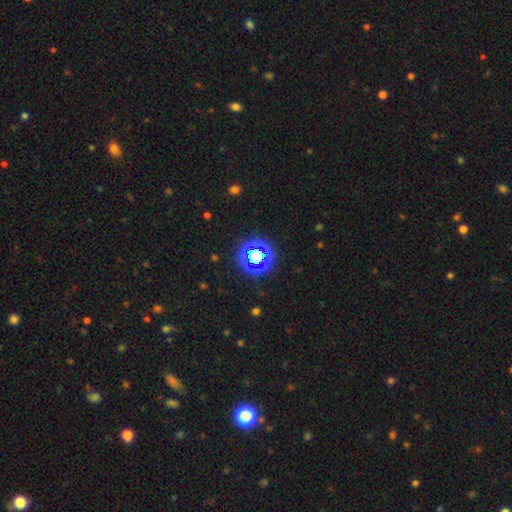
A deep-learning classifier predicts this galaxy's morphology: star or artifact 66%, smooth 24%, featured or disk 11%.